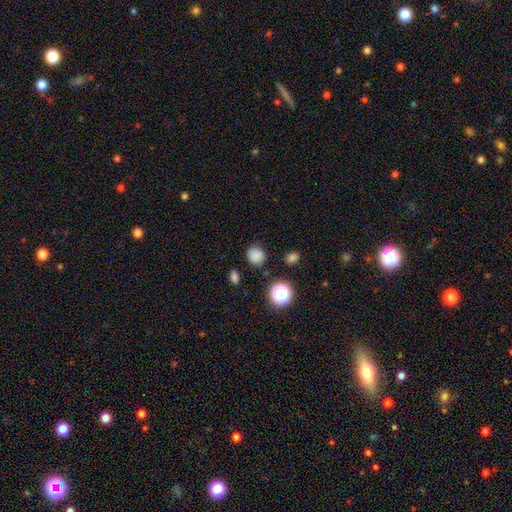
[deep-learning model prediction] smooth_or_featured: smooth (p=0.81) [alt: star or artifact p=0.15]
how_rounded: round (p=0.85) [alt: in between p=0.14]
merging: none (p=0.85) [alt: minor disturbance p=0.10]